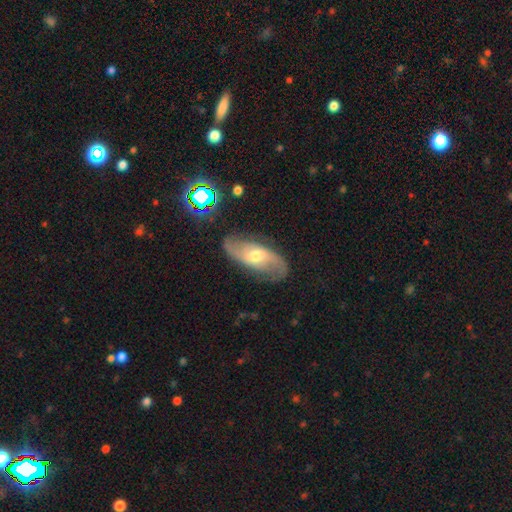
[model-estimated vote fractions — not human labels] Smooth or featured: featured or disk — 74% (smooth — 18%)
Edge-on disk: no — 90% (yes — 10%)
Bar: weak — 45% (no — 41%)
Spiral arms: yes — 91% (no — 9%)
Spiral winding: loose — 51% (medium — 36%)
Spiral arm count: 2 — 86% (can't tell — 8%)
Bulge size: moderate — 68% (small — 22%)
Merging: none — 75% (minor disturbance — 17%)